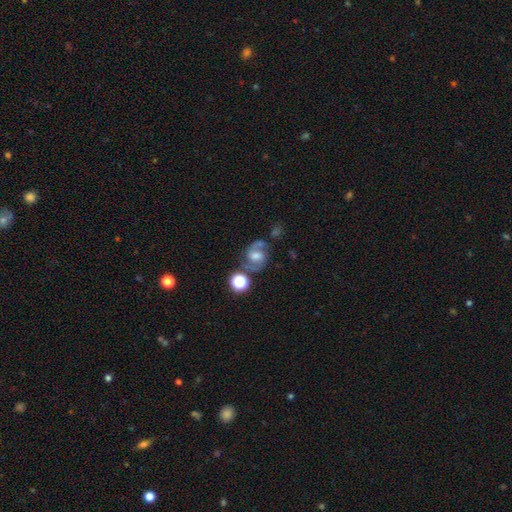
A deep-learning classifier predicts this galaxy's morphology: Smooth or featured? featured or disk (71%)
Edge-on disk? no (98%)
Bar? weak (45%)
Spiral arms? yes (93%)
Spiral winding? medium (56%)
Spiral arm count? 2 (89%)
Bulge size? moderate (47%)
Merging? none (57%)